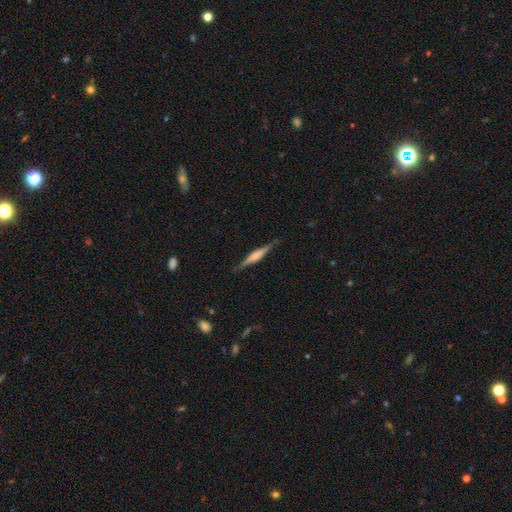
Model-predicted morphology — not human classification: smooth_or_featured: featured or disk (p=0.65) [alt: smooth p=0.28]
disk_edge_on: yes (p=0.97) [alt: no p=0.03]
edge_on_bulge: rounded (p=0.45) [alt: boxy p=0.43]
merging: none (p=0.87) [alt: minor disturbance p=0.09]